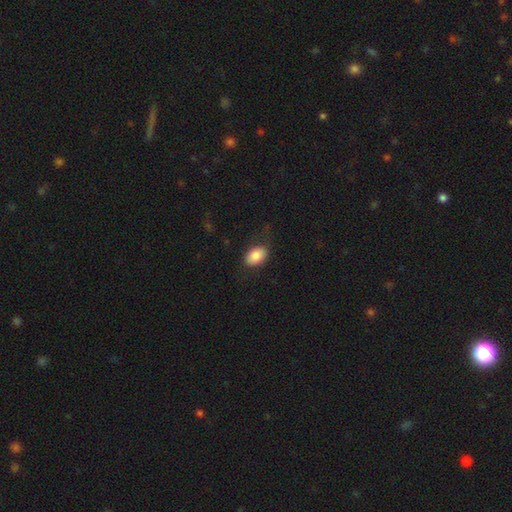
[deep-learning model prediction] smooth_or_featured: smooth (p=0.85) [alt: featured or disk p=0.08]
how_rounded: in between (p=0.85) [alt: round p=0.13]
merging: none (p=0.80) [alt: minor disturbance p=0.14]